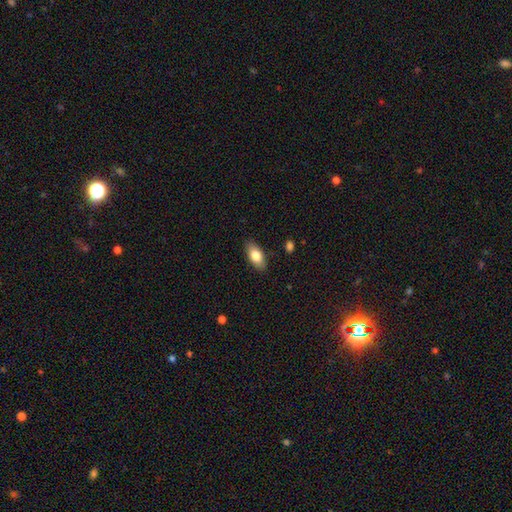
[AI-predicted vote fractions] smooth_or_featured: smooth (p=0.80) [alt: featured or disk p=0.13]
how_rounded: in between (p=0.90) [alt: cigar-shaped p=0.07]
merging: none (p=0.87) [alt: minor disturbance p=0.10]